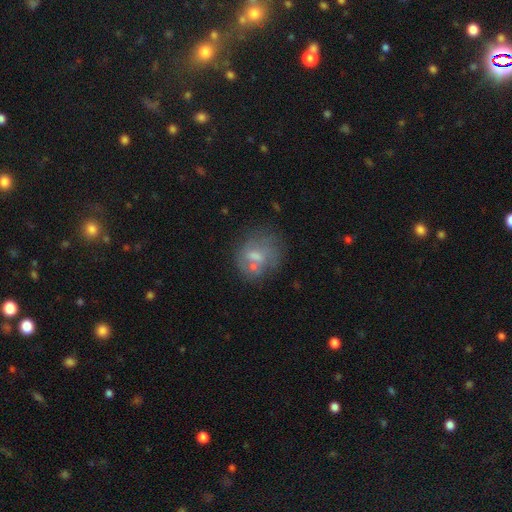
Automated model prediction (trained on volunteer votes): smooth_or_featured: smooth (p=0.51) [alt: featured or disk p=0.37]
how_rounded: round (p=0.61) [alt: in between p=0.37]
merging: none (p=0.49) [alt: minor disturbance p=0.20]